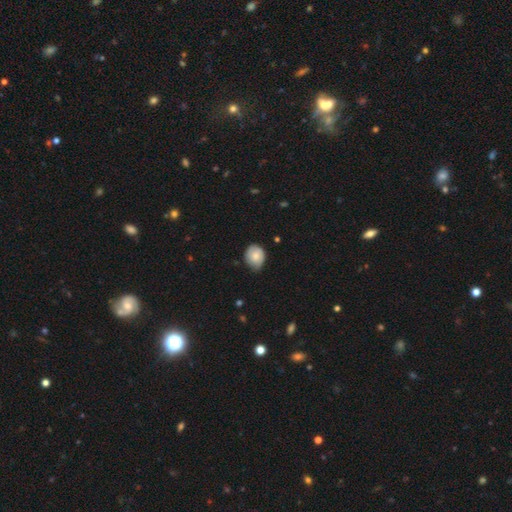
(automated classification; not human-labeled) This is likely a smooth galaxy (75%). How rounded: possibly round (55%). Merging: possibly none (56%).